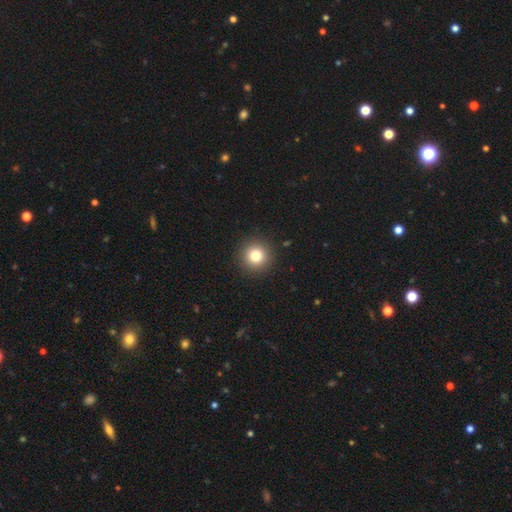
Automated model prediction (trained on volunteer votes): Smooth or featured?
  - smooth: 80% *
  - star or artifact: 12%
  - featured or disk: 8%
How rounded?
  - round: 95% *
  - in between: 4%
  - cigar-shaped: 1%
Merging?
  - none: 92% *
  - minor disturbance: 5%
  - major disturbance: 2%
  - merger: 1%